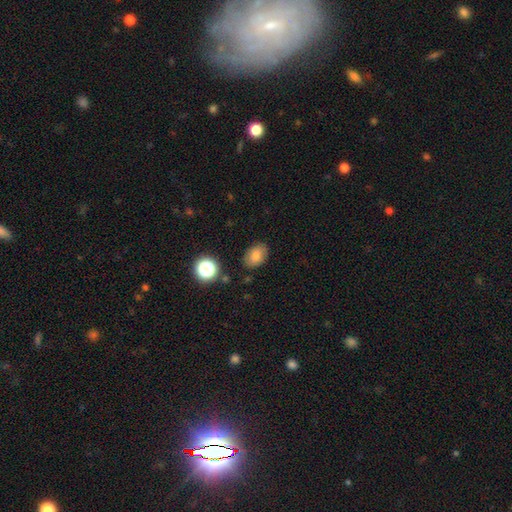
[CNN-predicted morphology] type=smooth (81%); roundness=in between (82%); merging=none (82%).